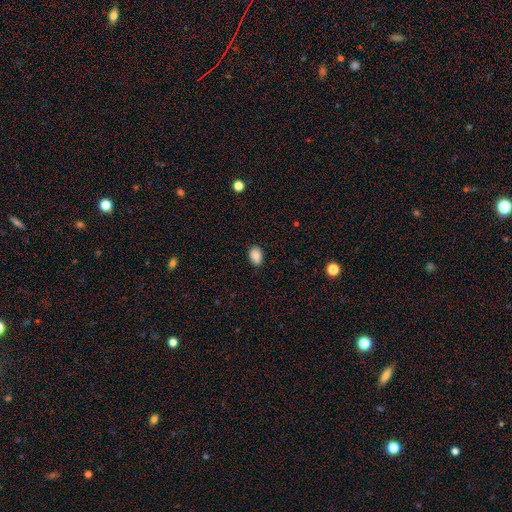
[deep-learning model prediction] The model was most divided on "how rounded": in between: 85%, round: 14%, cigar-shaped: 1%. More confident: smooth or featured — smooth (87%); merging — none (85%).